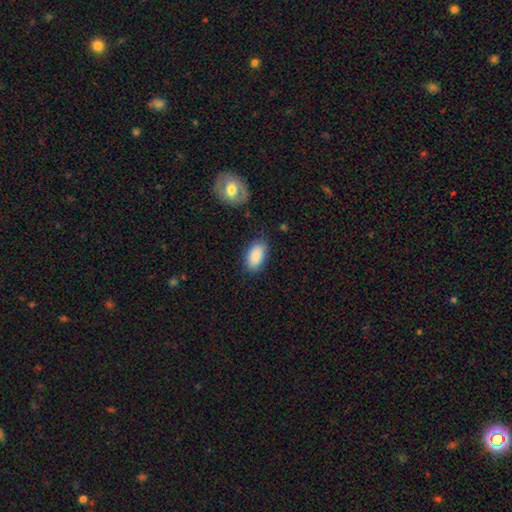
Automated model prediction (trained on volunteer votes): smooth 88%, star or artifact 6%, featured or disk 6%. Down the decision tree: how rounded — in between (93%); merging — none (77%).